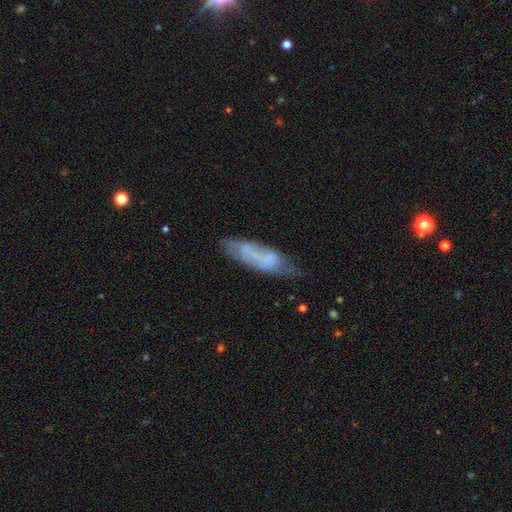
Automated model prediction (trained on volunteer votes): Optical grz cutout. It shows a smooth galaxy with no disk features (50%) that is cigar-shaped (64%). Merging: none (62%).